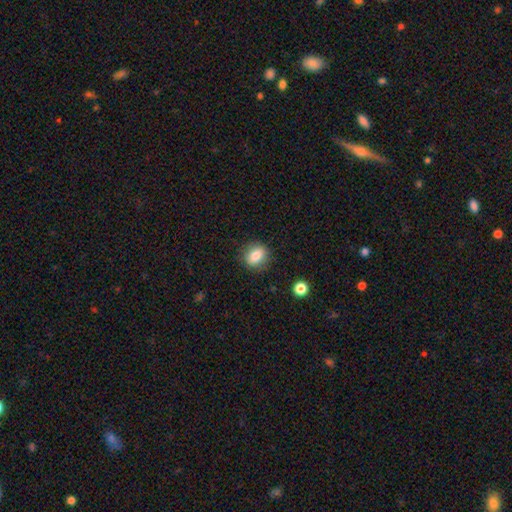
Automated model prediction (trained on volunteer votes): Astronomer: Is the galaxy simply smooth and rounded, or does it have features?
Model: smooth — 79%.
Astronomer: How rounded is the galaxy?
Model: round — 54% (runner-up: in between, 44%).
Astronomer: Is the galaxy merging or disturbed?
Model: none — 87%.